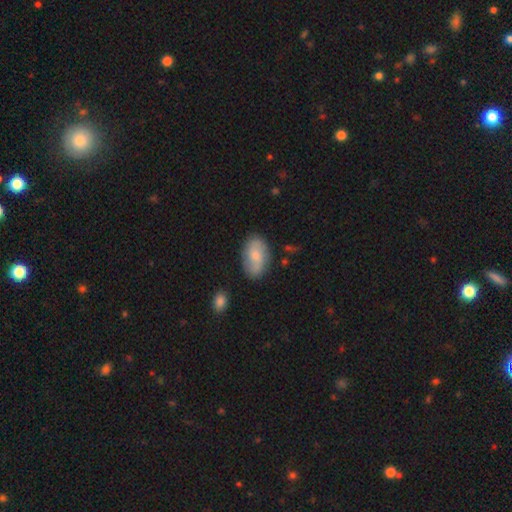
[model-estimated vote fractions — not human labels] Q: Smooth or featured?
A: smooth (57%); runner-up: featured or disk (37%)
Q: How rounded?
A: in between (91%); runner-up: round (7%)
Q: Merging?
A: none (79%); runner-up: minor disturbance (15%)